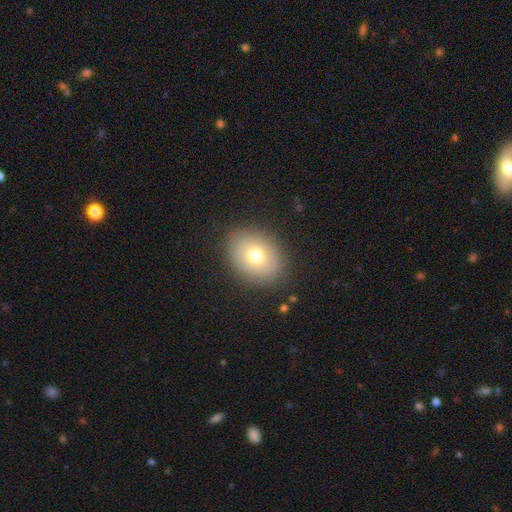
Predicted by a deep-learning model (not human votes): Morphology: type=smooth (71%); roundness=in between (61%); merging=none (85%).